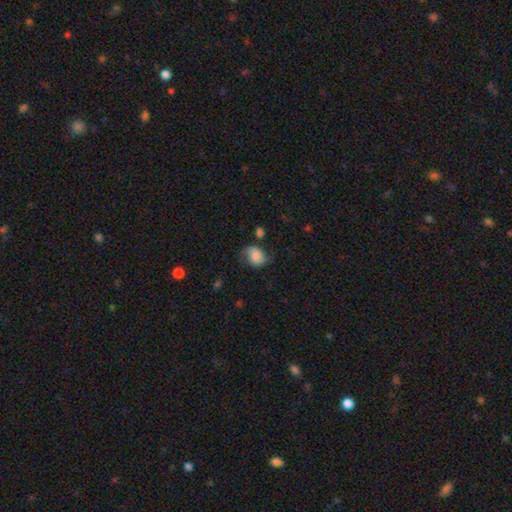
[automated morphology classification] Overall: smooth (62%; featured or disk 28%). How rounded: in between (54%; round 45%). Merging: none (49%; minor disturbance 31%).